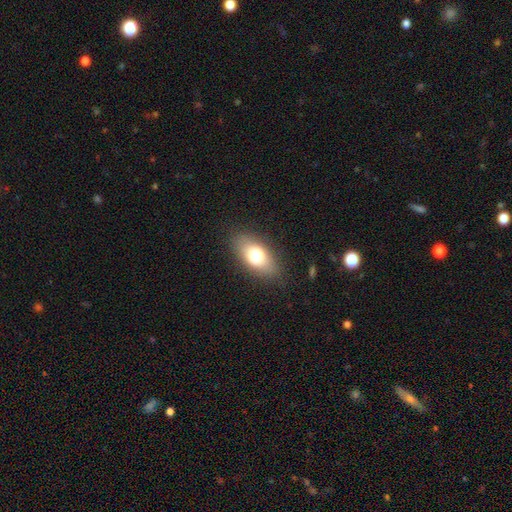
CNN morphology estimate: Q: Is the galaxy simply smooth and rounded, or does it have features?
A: smooth — 73%.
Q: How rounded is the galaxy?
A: in between — 87%.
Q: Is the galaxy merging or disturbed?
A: none — 84%.